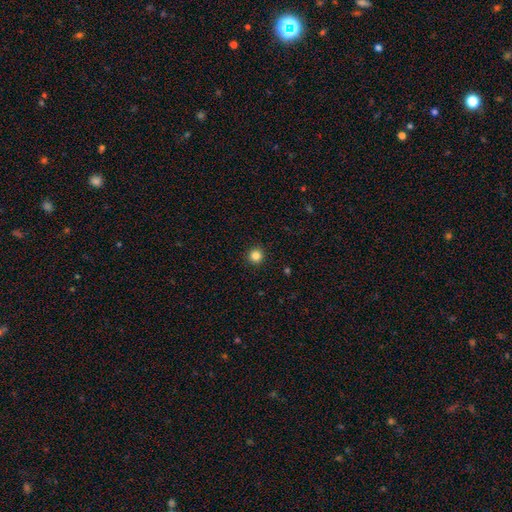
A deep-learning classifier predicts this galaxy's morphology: Q: Smooth or featured?
A: smooth (84%); runner-up: star or artifact (12%)
Q: How rounded?
A: round (95%); runner-up: in between (4%)
Q: Merging?
A: none (93%); runner-up: minor disturbance (4%)